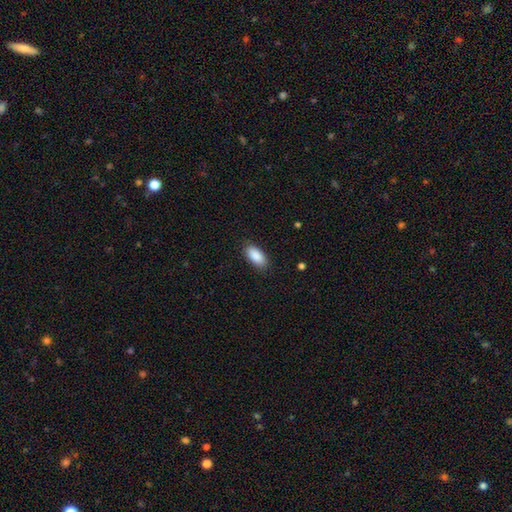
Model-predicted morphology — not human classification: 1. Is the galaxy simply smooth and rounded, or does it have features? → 90% smooth, 6% star or artifact, 4% featured or disk.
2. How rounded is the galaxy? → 92% in between, 6% cigar-shaped, 2% round.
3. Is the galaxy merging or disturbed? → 86% none, 10% minor disturbance, 2% major disturbance, 1% merger.